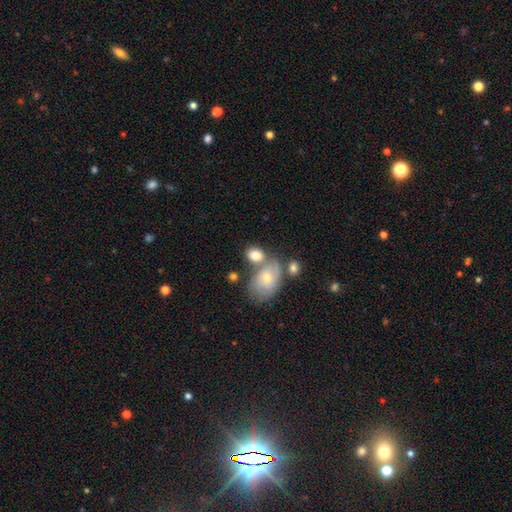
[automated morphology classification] Smooth or featured? smooth (74%)
How rounded? in between (75%)
Merging? merger (40%)